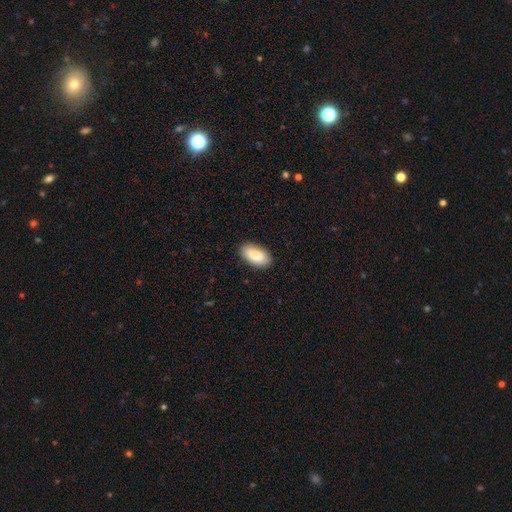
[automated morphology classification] Smooth or featured: smooth — 85% (featured or disk — 8%)
How rounded: in between — 94% (cigar-shaped — 3%)
Merging: none — 88% (minor disturbance — 9%)